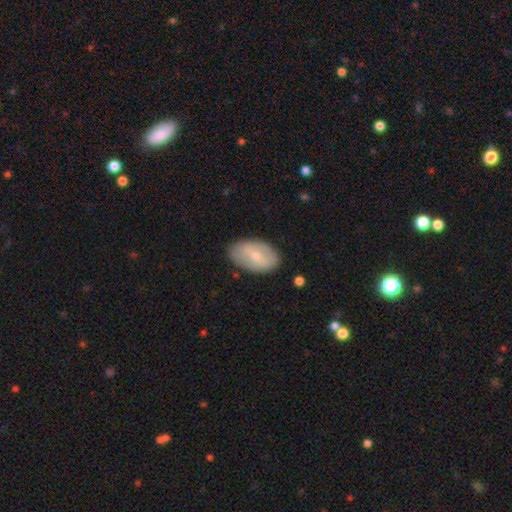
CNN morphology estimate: smooth 54%, featured or disk 40%, star or artifact 6%. Down the decision tree: how rounded — in between (91%); merging — none (81%).